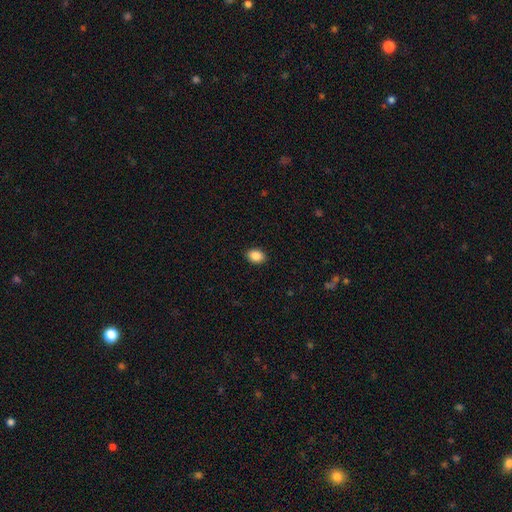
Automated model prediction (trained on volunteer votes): Smooth or featured? smooth (89%)
How rounded? in between (72%)
Merging? none (90%)